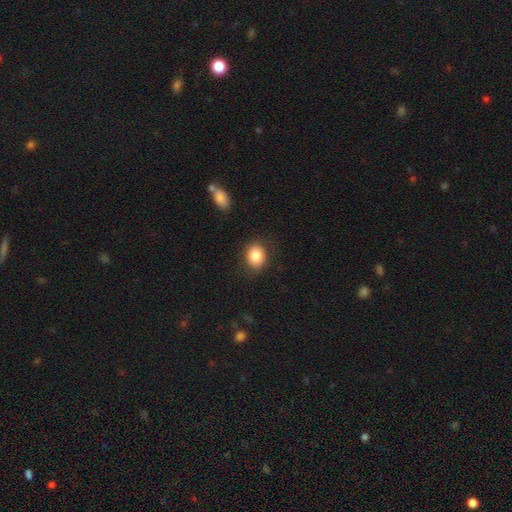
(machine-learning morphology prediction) This is clearly a smooth galaxy (85%). How rounded: possibly in between (50%). Merging: clearly none (84%).